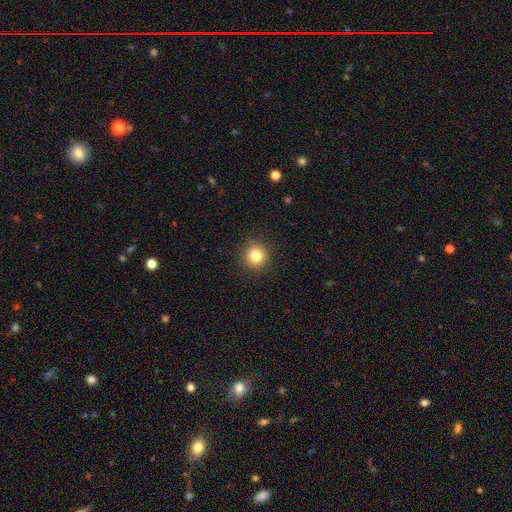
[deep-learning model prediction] smooth 81%, star or artifact 12%, featured or disk 6%. Down the decision tree: how rounded — round (95%); merging — none (92%).